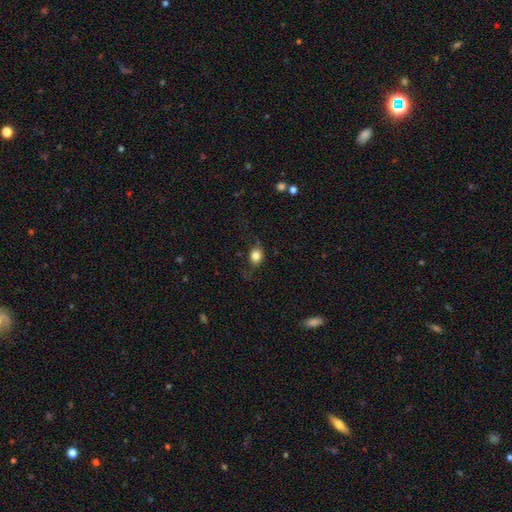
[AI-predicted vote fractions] The model was most divided on "how rounded": round: 55%, in between: 44%, cigar-shaped: 1%. More confident: smooth or featured — smooth (80%); merging — none (66%).